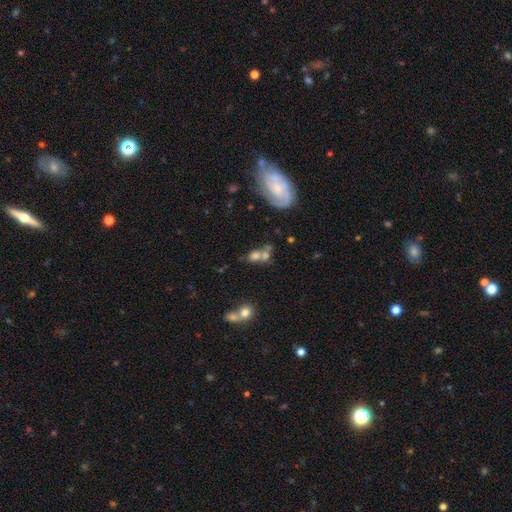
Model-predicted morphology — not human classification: Smooth or featured?
  - smooth: 61% *
  - featured or disk: 24%
  - star or artifact: 15%
How rounded?
  - round: 52% *
  - in between: 45%
  - cigar-shaped: 3%
Merging?
  - merger: 50% *
  - none: 31%
  - minor disturbance: 11%
  - major disturbance: 8%